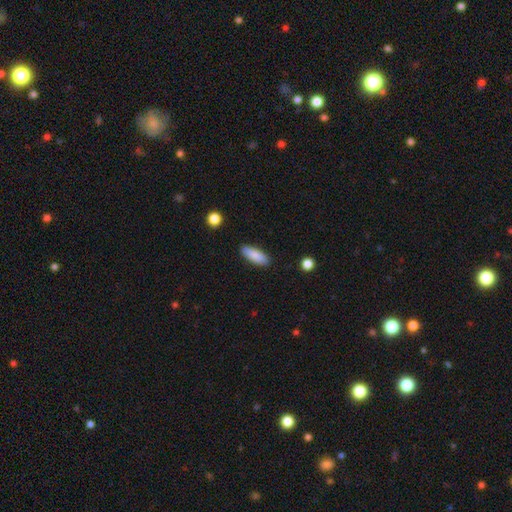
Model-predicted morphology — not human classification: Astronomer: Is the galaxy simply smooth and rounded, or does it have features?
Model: smooth — 87%.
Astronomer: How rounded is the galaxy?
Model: in between — 60% (runner-up: cigar-shaped, 38%).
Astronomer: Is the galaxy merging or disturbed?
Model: none — 88%.